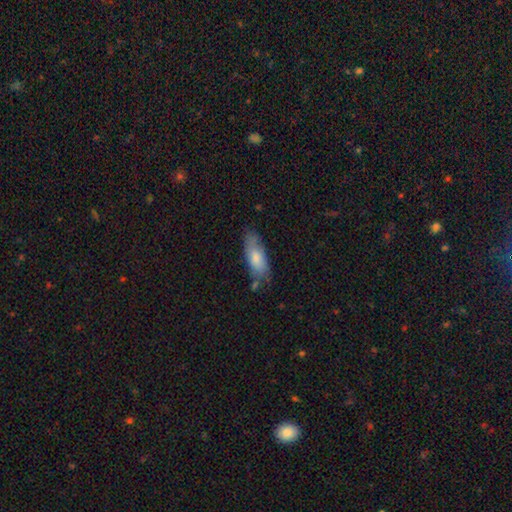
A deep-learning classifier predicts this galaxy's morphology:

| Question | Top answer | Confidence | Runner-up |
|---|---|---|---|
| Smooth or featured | smooth | 68% | featured or disk (25%) |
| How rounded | in between | 68% | cigar-shaped (29%) |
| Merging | none | 65% | minor disturbance (24%) |